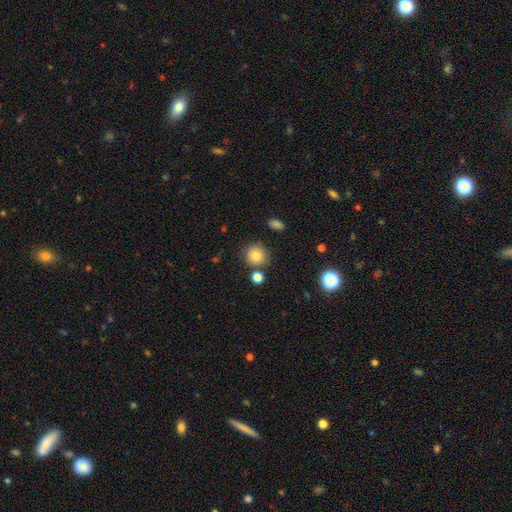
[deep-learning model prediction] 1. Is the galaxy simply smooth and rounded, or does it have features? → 81% smooth, 11% star or artifact, 7% featured or disk.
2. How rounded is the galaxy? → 92% round, 8% in between, 1% cigar-shaped.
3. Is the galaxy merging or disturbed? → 79% none, 10% minor disturbance, 8% merger, 3% major disturbance.